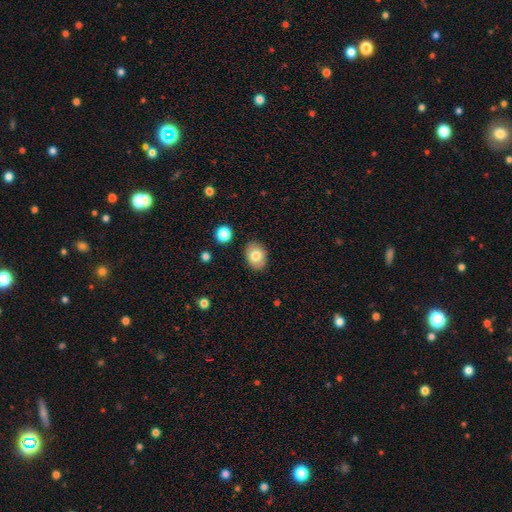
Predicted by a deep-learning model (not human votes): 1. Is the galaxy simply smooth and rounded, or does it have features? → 79% smooth, 13% featured or disk, 8% star or artifact.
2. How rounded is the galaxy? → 73% in between, 26% round, 1% cigar-shaped.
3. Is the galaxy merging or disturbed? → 87% none, 9% minor disturbance, 2% major disturbance, 2% merger.